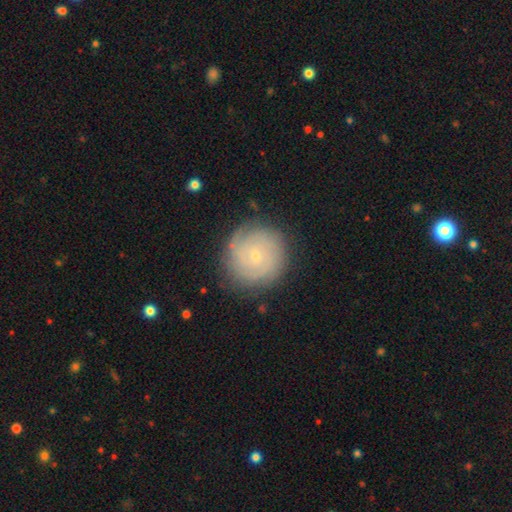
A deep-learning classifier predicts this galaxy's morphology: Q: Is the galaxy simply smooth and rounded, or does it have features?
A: featured or disk — 65%.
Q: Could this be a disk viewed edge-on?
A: no — 98%.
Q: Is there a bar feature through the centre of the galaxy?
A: no — 75%.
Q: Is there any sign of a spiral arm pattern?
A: yes — 90%.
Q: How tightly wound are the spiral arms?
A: tight — 77%.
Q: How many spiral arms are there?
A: can't tell — 42%.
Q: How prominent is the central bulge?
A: small — 82%.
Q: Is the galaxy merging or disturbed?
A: none — 83%.